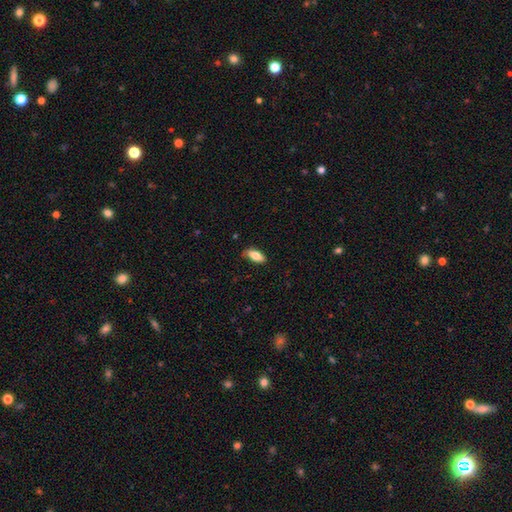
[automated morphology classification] Overall: smooth (79%). How rounded: in between (81%). Merging: none (79%).